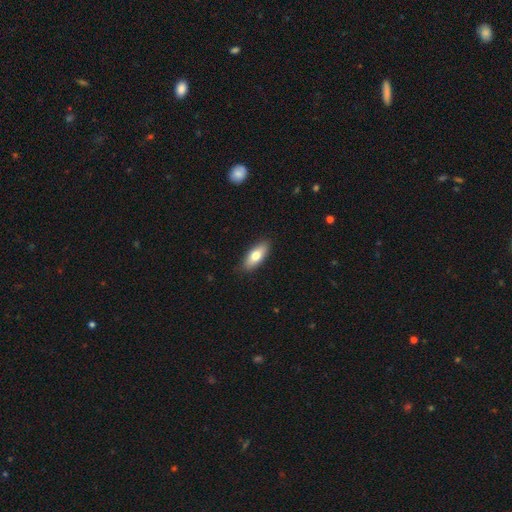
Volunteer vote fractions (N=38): A smooth galaxy with no disk features (82%) that is in between round and cigar-shaped (81%).

Vote fractions:
- Smooth or featured? smooth: 82% / featured or disk: 18% / star or artifact: 0%
- How rounded? in between: 81% / cigar-shaped: 19% / round: 0%
- Merging? none: 89% / minor disturbance: 11% / major disturbance: 0% / merger: 0%